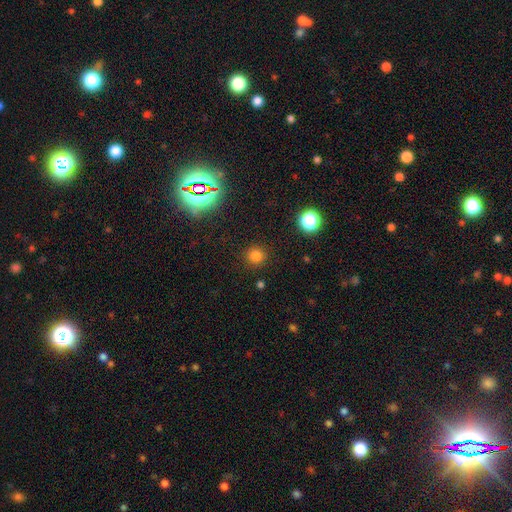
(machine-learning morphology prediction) Smooth or featured?
  - smooth: 78% *
  - star or artifact: 17%
  - featured or disk: 5%
How rounded?
  - round: 93% *
  - in between: 6%
  - cigar-shaped: 1%
Merging?
  - none: 90% *
  - minor disturbance: 6%
  - major disturbance: 2%
  - merger: 1%